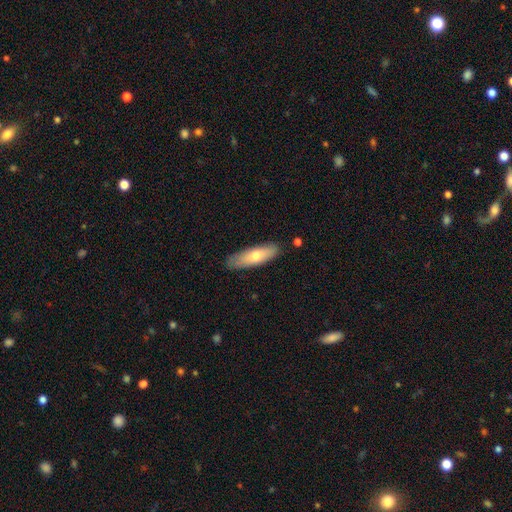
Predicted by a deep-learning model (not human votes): This appears to be a smooth galaxy with no disk features (69%) that is cigar-shaped (50%). Merging: none (82%).